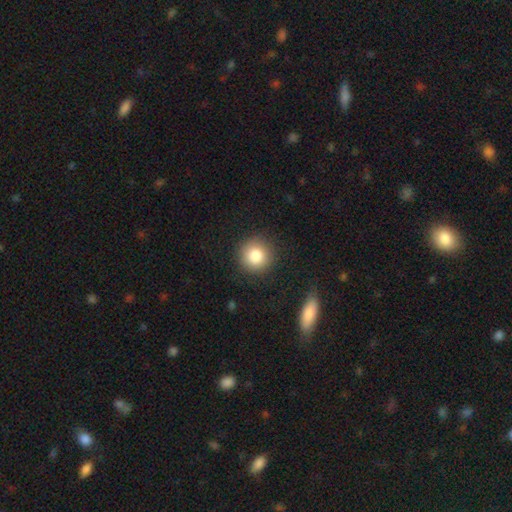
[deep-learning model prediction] This appears to be a smooth galaxy with no disk features (83%) that is round (94%). Merging: none (89%).